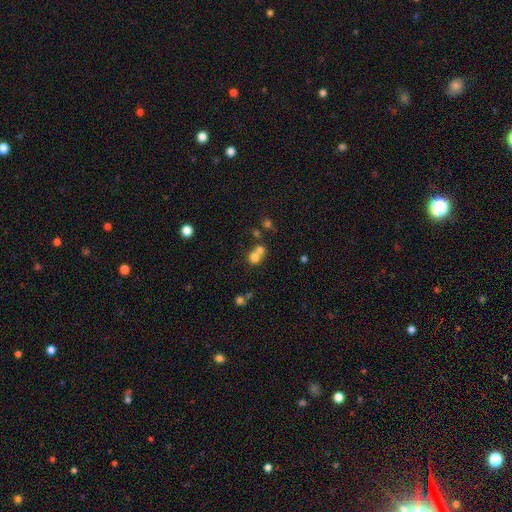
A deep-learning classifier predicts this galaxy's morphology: smooth 70%, featured or disk 15%, star or artifact 14%. Down the decision tree: how rounded — round (81%); merging — merger (56%).